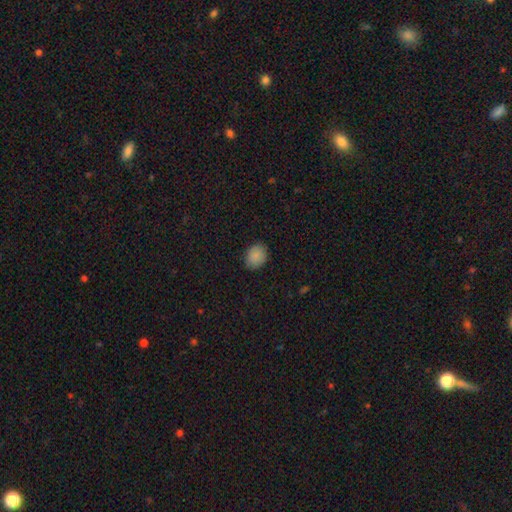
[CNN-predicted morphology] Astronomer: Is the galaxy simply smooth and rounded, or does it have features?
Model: smooth — 88%.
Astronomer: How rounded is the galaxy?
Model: in between — 52% (runner-up: round, 47%).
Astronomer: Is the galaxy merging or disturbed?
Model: none — 87%.